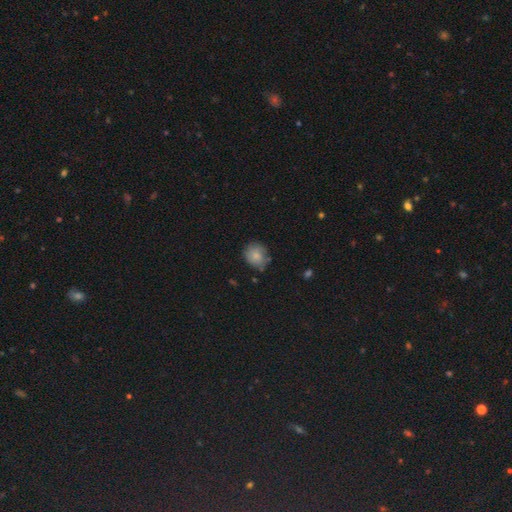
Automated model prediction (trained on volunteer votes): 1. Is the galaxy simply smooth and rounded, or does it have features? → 81% smooth, 11% featured or disk, 8% star or artifact.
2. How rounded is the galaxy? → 72% round, 27% in between, 1% cigar-shaped.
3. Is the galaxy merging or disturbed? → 69% none, 23% minor disturbance, 5% major disturbance, 3% merger.